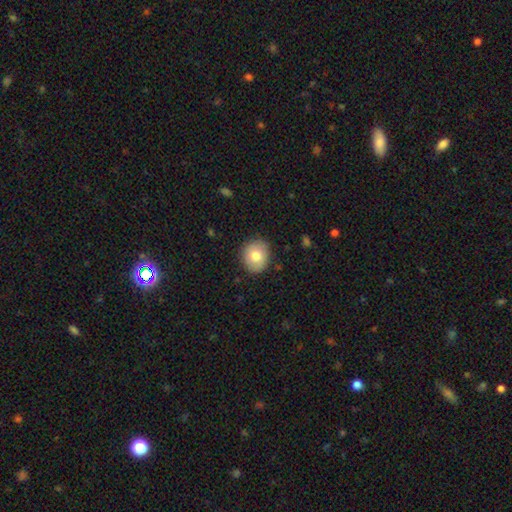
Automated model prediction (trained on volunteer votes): Overall: smooth (78%). How rounded: round (70%). Merging: none (86%).